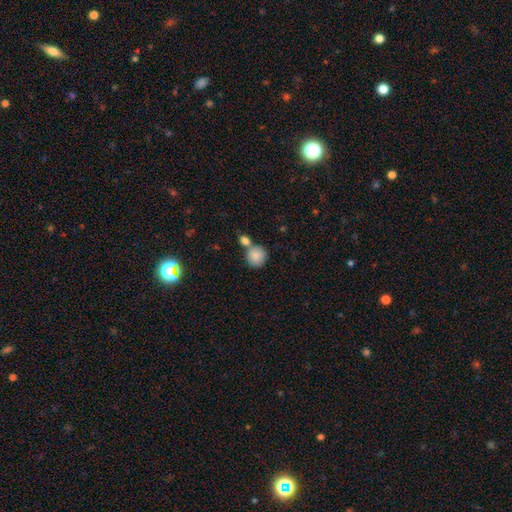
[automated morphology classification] type=smooth (85%); roundness=round (89%); merging=none (54%).